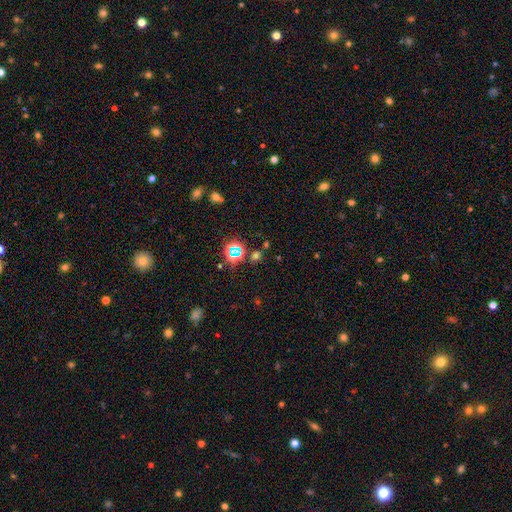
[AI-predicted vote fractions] Smooth or featured?
  - star or artifact: 50% *
  - smooth: 43%
  - featured or disk: 7%